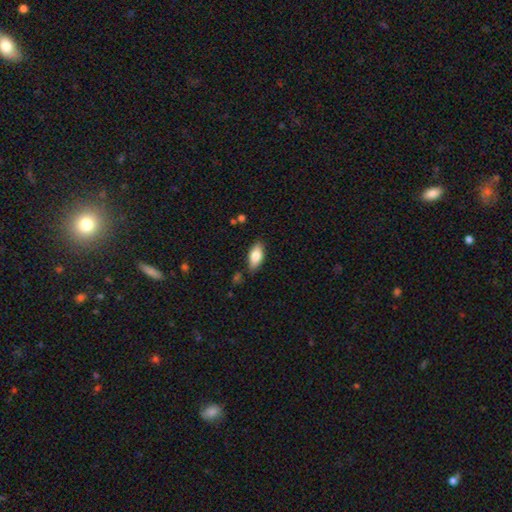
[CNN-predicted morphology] This appears to be a smooth galaxy with no disk features (78%) that is in between round and cigar-shaped (88%). Merging: none (82%).